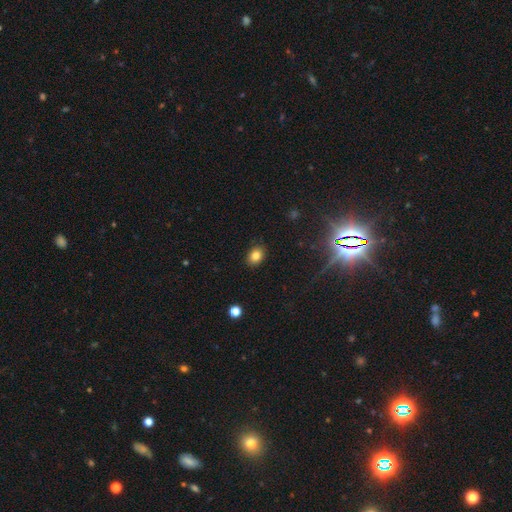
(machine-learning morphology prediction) A smooth galaxy with no disk features (82%) that is in between round and cigar-shaped (65%).

Vote fractions:
- Smooth or featured? smooth: 82% / star or artifact: 11% / featured or disk: 7%
- How rounded? in between: 65% / round: 34% / cigar-shaped: 1%
- Merging? none: 87% / minor disturbance: 9% / major disturbance: 2% / merger: 1%